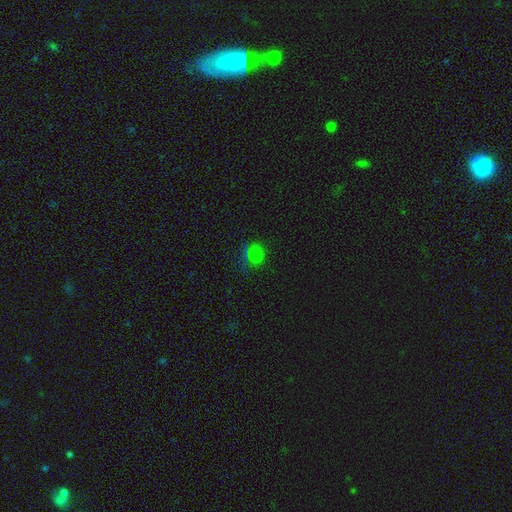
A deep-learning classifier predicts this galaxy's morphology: Smooth or featured: smooth — 54% (star or artifact — 39%)
How rounded: round — 64% (in between — 34%)
Merging: none — 66% (minor disturbance — 20%)